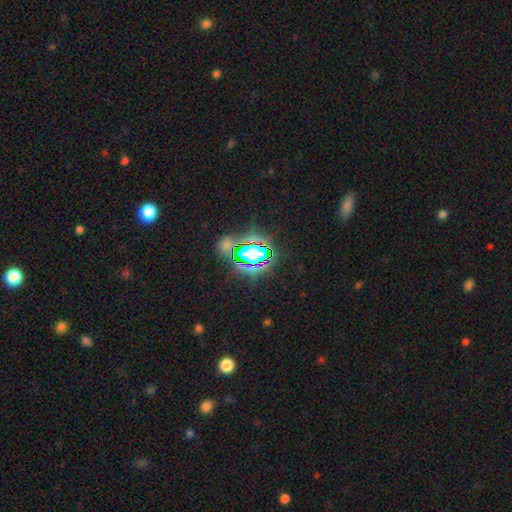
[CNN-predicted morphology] Smooth or featured? Predicted: star or artifact (p=0.78).